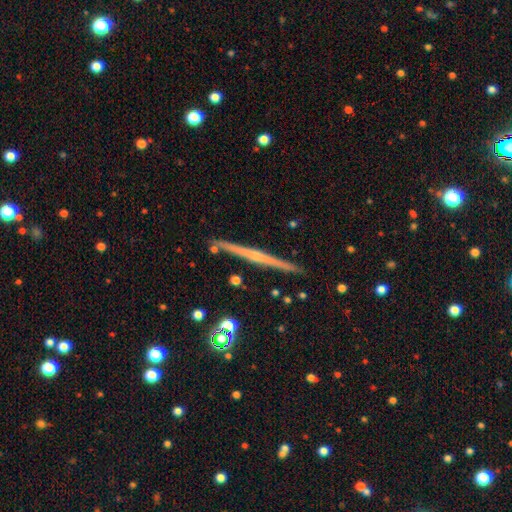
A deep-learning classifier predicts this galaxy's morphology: smooth_or_featured: featured or disk (p=0.73) [alt: smooth p=0.20]
disk_edge_on: yes (p=0.98) [alt: no p=0.02]
edge_on_bulge: none (p=0.49) [alt: rounded p=0.42]
merging: none (p=0.91) [alt: minor disturbance p=0.06]